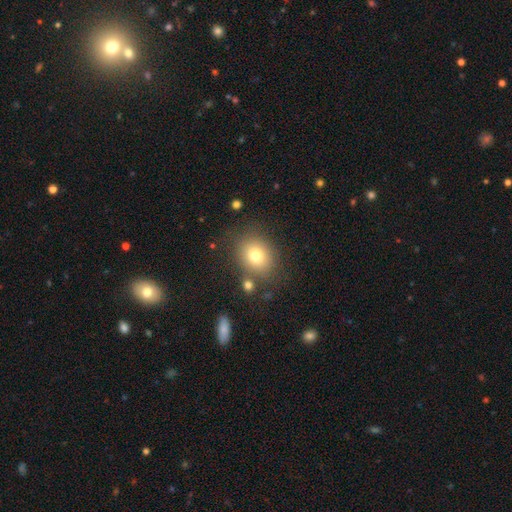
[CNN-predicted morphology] type=smooth (75%); roundness=round (59%); merging=none (77%).